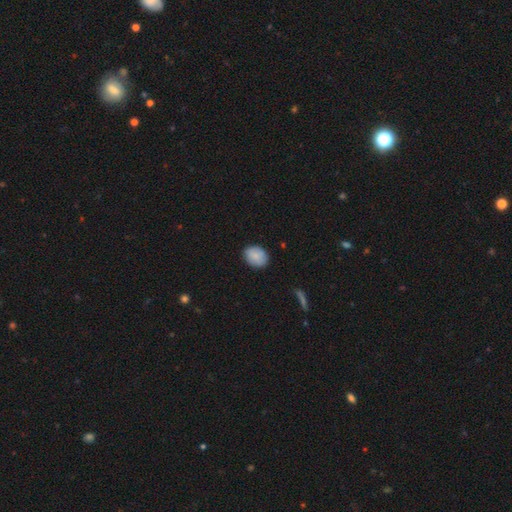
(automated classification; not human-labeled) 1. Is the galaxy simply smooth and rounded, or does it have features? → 84% smooth, 8% featured or disk, 7% star or artifact.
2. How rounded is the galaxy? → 57% in between, 42% round, 1% cigar-shaped.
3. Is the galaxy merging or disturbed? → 84% none, 12% minor disturbance, 2% major disturbance, 1% merger.